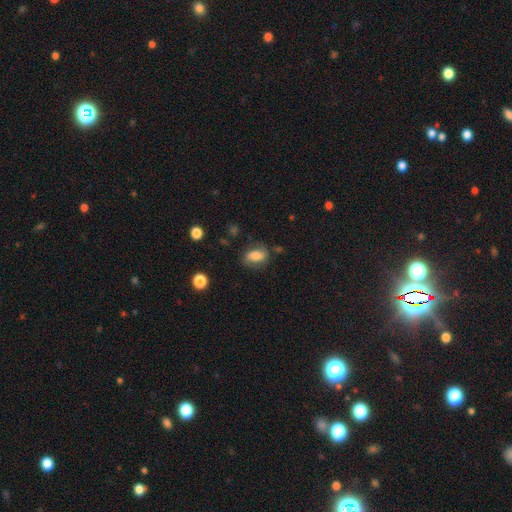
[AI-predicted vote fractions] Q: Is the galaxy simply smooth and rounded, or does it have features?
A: smooth — 64%.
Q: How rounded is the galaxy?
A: in between — 80%.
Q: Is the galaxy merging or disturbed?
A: none — 68%.